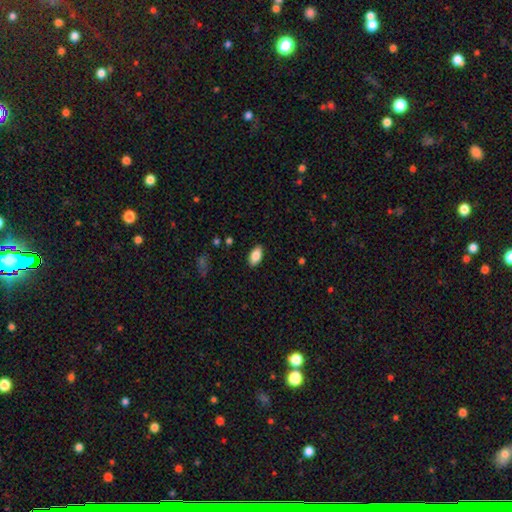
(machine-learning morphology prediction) This appears to be a smooth galaxy with no disk features (86%) that is in between round and cigar-shaped (93%). Merging: none (88%).